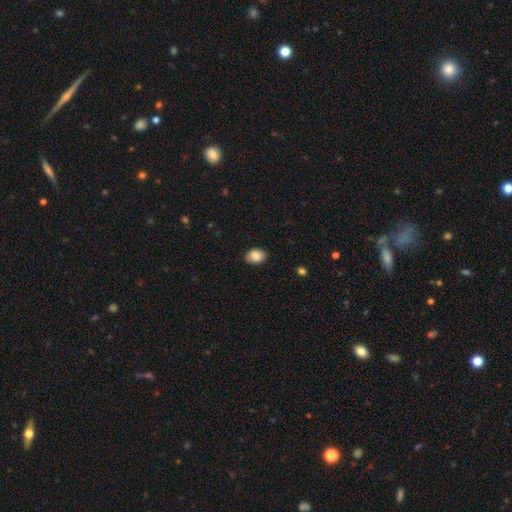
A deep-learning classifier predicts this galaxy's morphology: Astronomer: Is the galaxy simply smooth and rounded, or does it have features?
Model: smooth — 83%.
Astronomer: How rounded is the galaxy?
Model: in between — 70%.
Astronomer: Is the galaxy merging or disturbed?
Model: none — 85%.